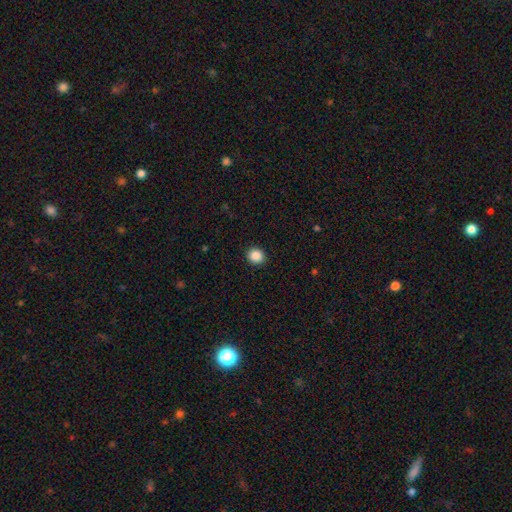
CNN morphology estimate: Overall: smooth (88%). How rounded: round (83%). Merging: none (92%).